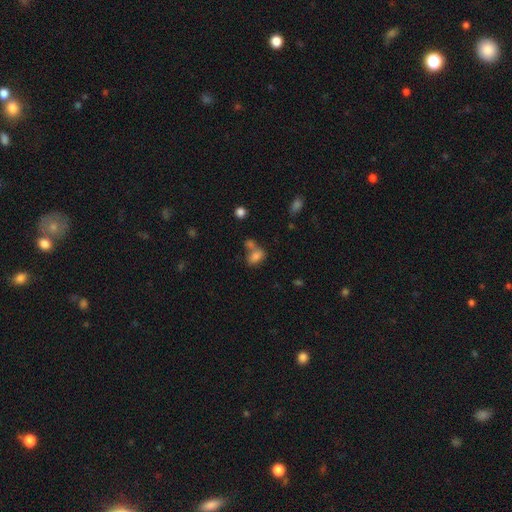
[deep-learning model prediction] This appears to be a smooth galaxy with no disk features (59%) that is in between round and cigar-shaped (72%). Merging: none (48%).